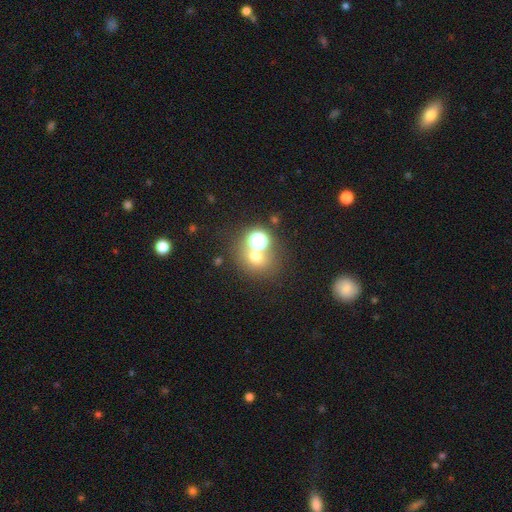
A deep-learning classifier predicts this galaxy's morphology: This is likely a smooth galaxy (60%). How rounded: likely round (76%). Merging: possibly none (59%).